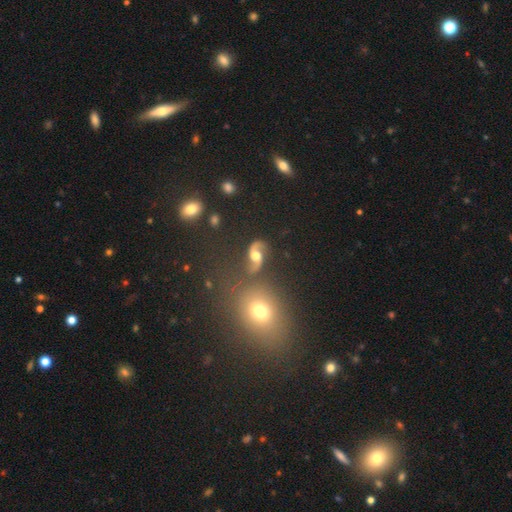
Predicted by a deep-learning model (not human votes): Morphology: type=featured or disk (81%); edge-on=no (97%); bar=no (61%); spiral arms=yes (94%); winding=loose (66%); arm count=2 (94%); bulge=moderate (58%); merging=none (72%).